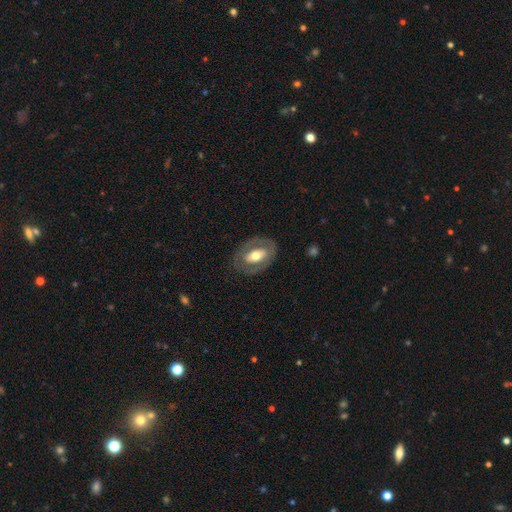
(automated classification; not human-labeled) The model was most divided on "smooth or featured": featured or disk: 53%, smooth: 42%, star or artifact: 6%. More confident: edge-on disk — no (90%); merging — none (80%).